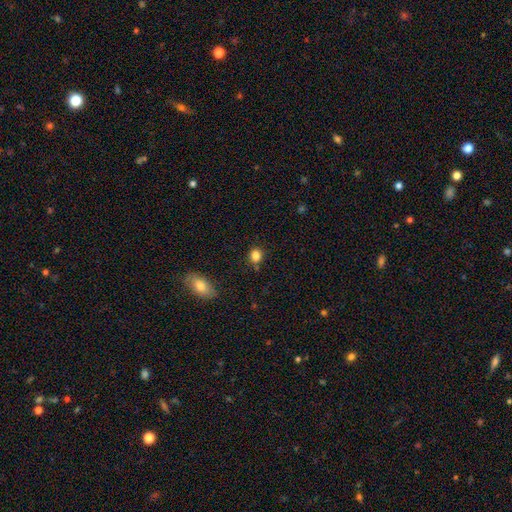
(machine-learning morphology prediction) Smooth or featured? Predicted: smooth (p=0.83). How rounded? Predicted: round (p=0.74). Merging? Predicted: none (p=0.79).